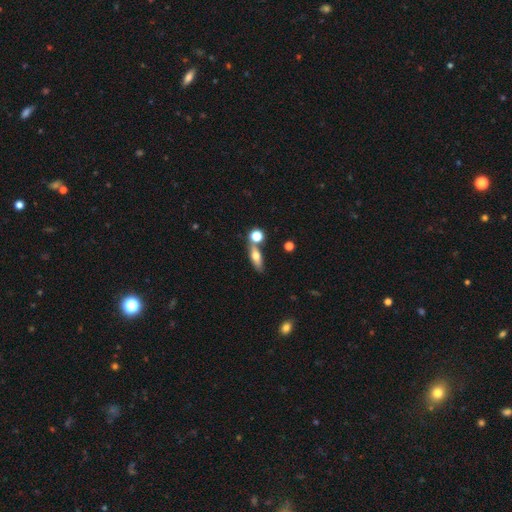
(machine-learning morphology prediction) Smooth or featured: smooth — 58% (featured or disk — 33%)
How rounded: in between — 48% (cigar-shaped — 44%)
Merging: none — 62% (merger — 21%)